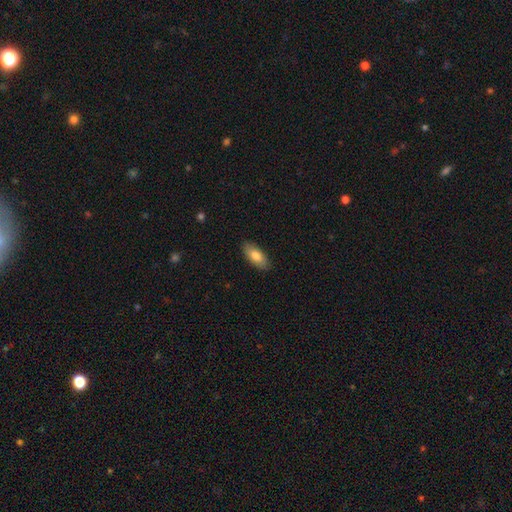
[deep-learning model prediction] This is likely a smooth galaxy (79%). How rounded: clearly in between (85%). Merging: clearly none (88%).